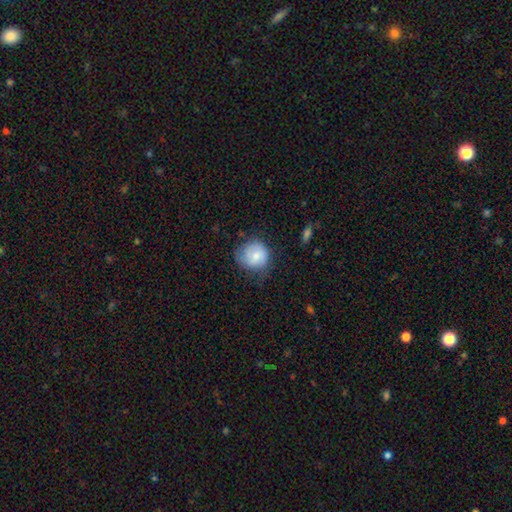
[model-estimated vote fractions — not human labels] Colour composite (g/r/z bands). It shows a smooth galaxy with no disk features (77%) that is round (84%). Merging: none (56%).